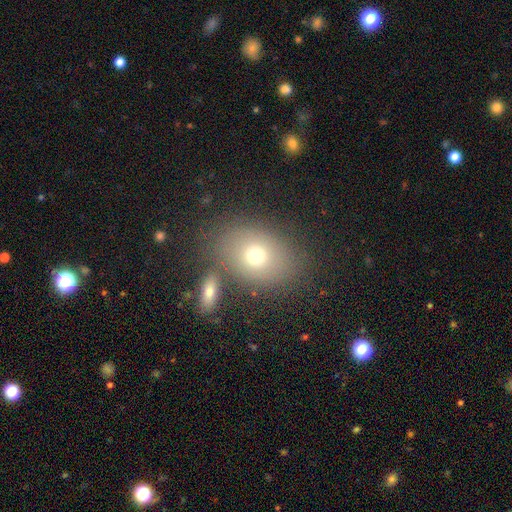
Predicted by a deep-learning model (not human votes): This is likely a smooth galaxy (69%). How rounded: likely in between (61%). Merging: likely none (68%).